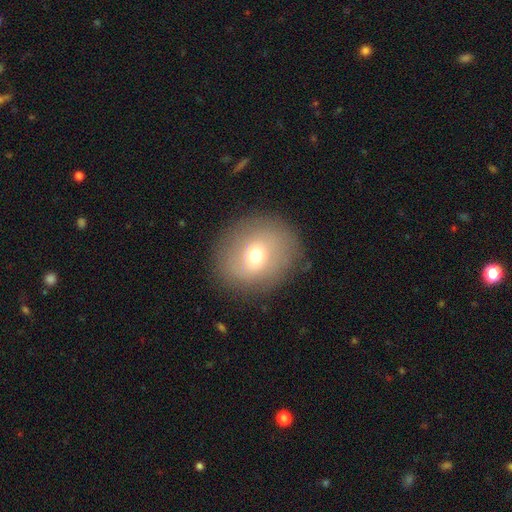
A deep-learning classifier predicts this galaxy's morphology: A smooth galaxy with no disk features (62%) that is round (78%). Merging: none (84%).